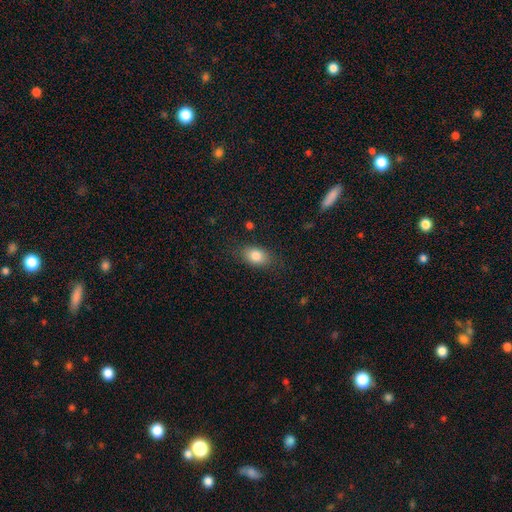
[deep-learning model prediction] Overall: smooth (83%). How rounded: in between (84%). Merging: none (81%).